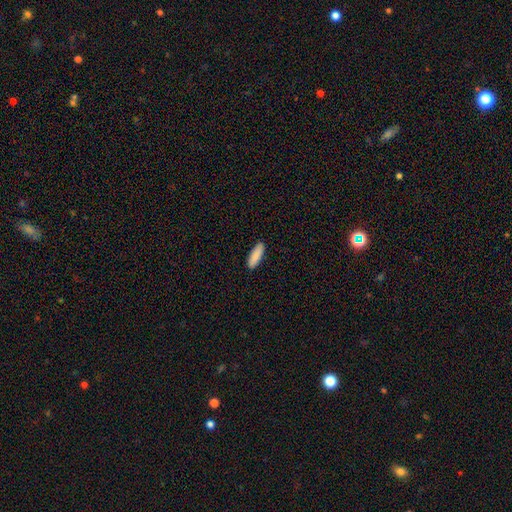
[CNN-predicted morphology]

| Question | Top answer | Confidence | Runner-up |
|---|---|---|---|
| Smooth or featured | smooth | 89% | star or artifact (6%) |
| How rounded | in between | 50% | cigar-shaped (48%) |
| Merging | none | 90% | minor disturbance (7%) |